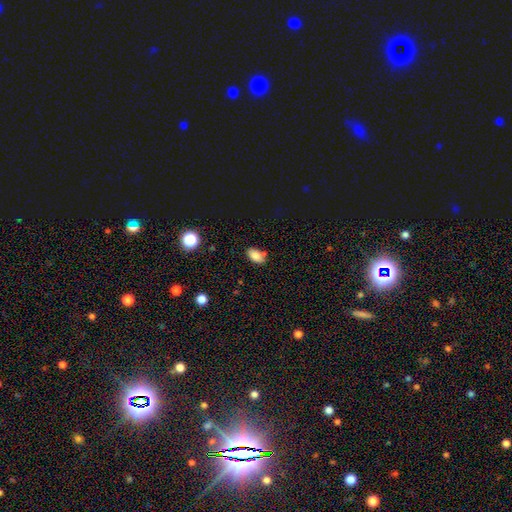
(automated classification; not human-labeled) This is clearly a smooth galaxy (82%). How rounded: clearly in between (89%). Merging: likely none (72%).